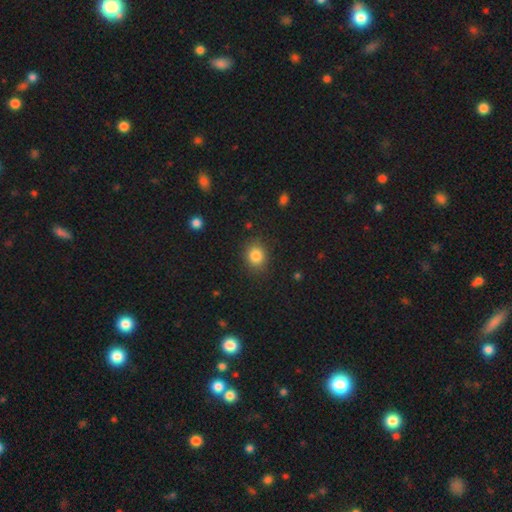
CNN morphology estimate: Q: Smooth or featured?
A: smooth (83%); runner-up: star or artifact (11%)
Q: How rounded?
A: round (67%); runner-up: in between (32%)
Q: Merging?
A: none (86%); runner-up: minor disturbance (10%)